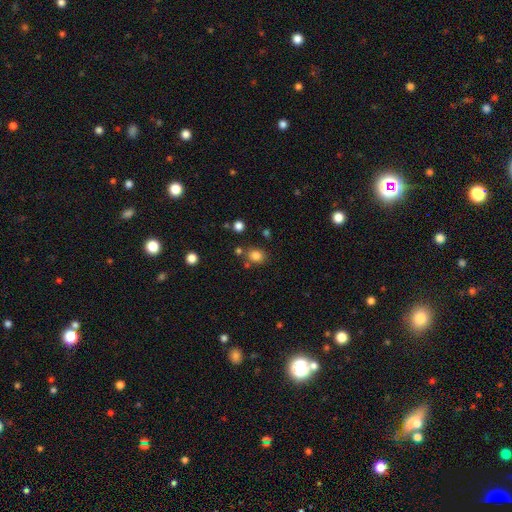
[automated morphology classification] Smooth or featured? Predicted: smooth (p=0.81). How rounded? Predicted: round (p=0.59). Merging? Predicted: none (p=0.76).